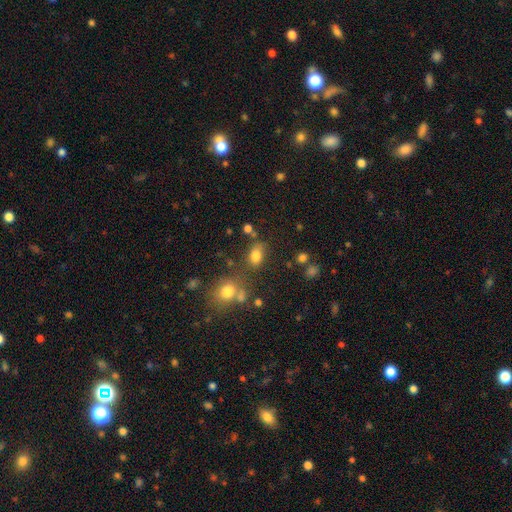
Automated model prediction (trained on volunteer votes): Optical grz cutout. It shows a smooth galaxy with no disk features (79%) that is in between round and cigar-shaped (76%). Merging: none (66%).